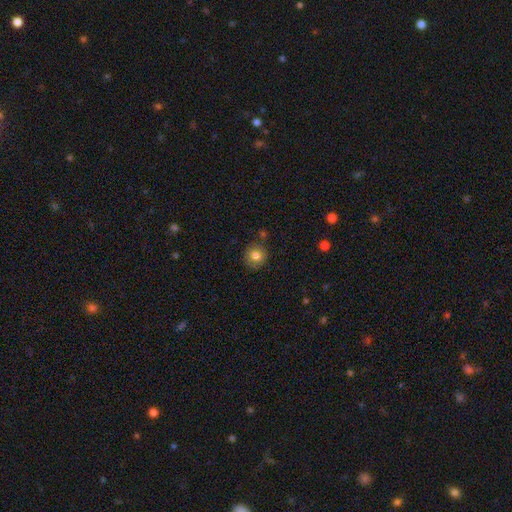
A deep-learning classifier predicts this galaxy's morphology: Smooth or featured? smooth (80%)
How rounded? round (88%)
Merging? none (81%)